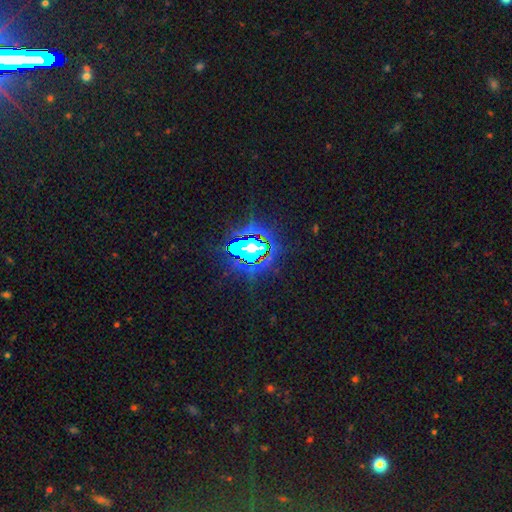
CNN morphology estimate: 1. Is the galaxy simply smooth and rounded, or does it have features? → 80% star or artifact, 11% smooth, 9% featured or disk.